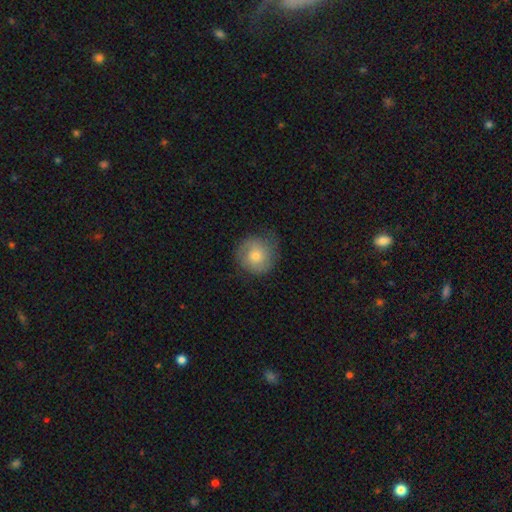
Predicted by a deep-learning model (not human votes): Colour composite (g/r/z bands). It shows a smooth galaxy with no disk features (58%) that is round (89%). Merging: none (68%).